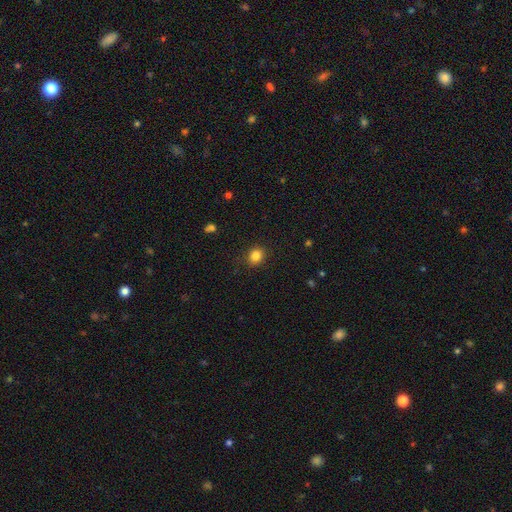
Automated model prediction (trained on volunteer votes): smooth-or-featured: smooth: 84% | star or artifact: 11% | featured or disk: 5%
  how-rounded: round: 77% | in between: 22% | cigar-shaped: 1%
  merging: none: 89% | minor disturbance: 8% | major disturbance: 2% | merger: 1%